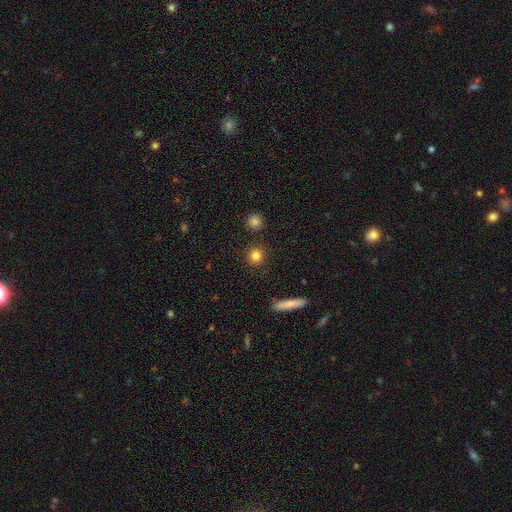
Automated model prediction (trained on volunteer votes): A smooth galaxy with no disk features (82%) that is round (90%). Merging: none (90%).